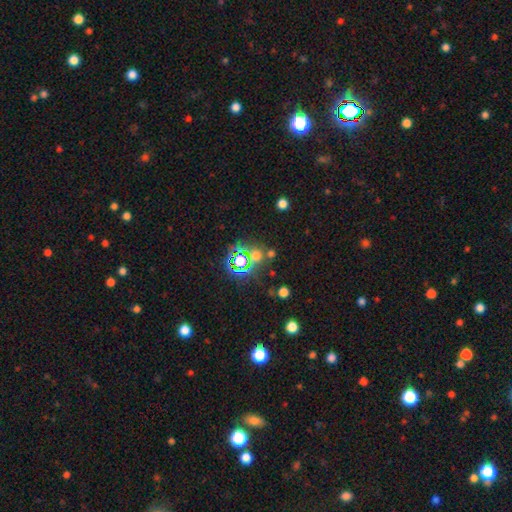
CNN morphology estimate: star or artifact 55%, smooth 36%, featured or disk 9%.